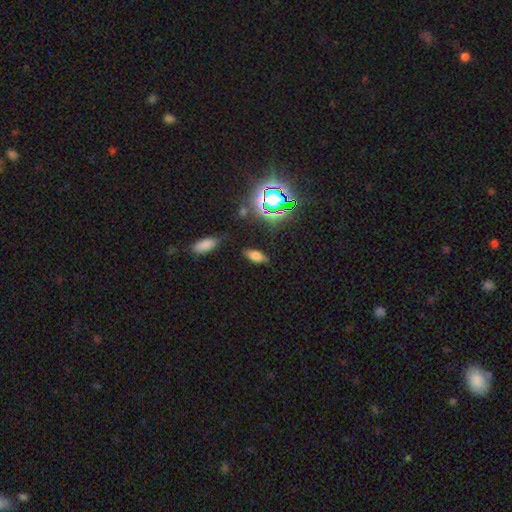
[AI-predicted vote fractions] Q: Smooth or featured?
A: smooth (66%); runner-up: star or artifact (20%)
Q: How rounded?
A: in between (77%); runner-up: cigar-shaped (18%)
Q: Merging?
A: none (81%); runner-up: minor disturbance (13%)